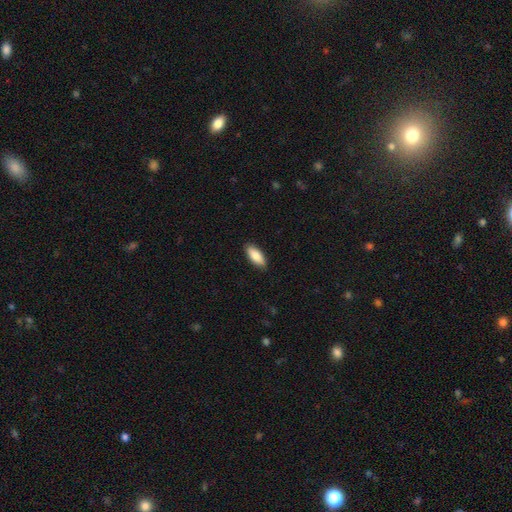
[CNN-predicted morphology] Smooth or featured: smooth — 85% (featured or disk — 10%)
How rounded: in between — 82% (cigar-shaped — 16%)
Merging: none — 88% (minor disturbance — 9%)